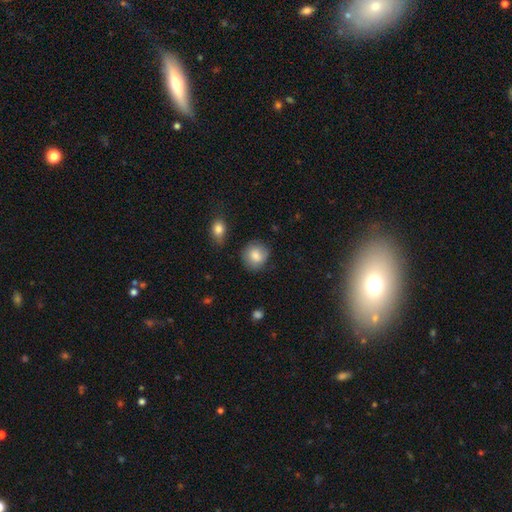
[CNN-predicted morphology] type=smooth (81%); roundness=round (84%); merging=none (76%).